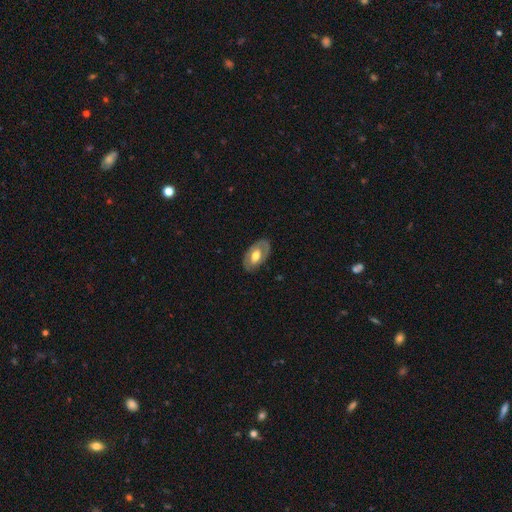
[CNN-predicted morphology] smooth-or-featured: featured or disk: 53% | smooth: 42% | star or artifact: 5%
  disk-edge-on: no: 90% | yes: 10%
  merging: none: 81% | minor disturbance: 14% | major disturbance: 4% | merger: 1%